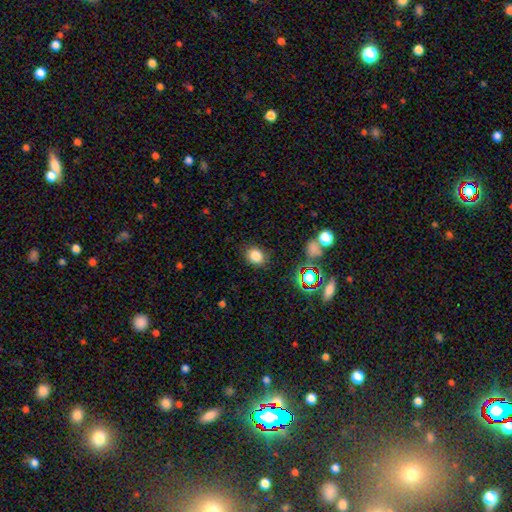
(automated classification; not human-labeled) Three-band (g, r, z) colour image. It shows a smooth galaxy with no disk features (80%) that is round (54%). Merging: none (85%).